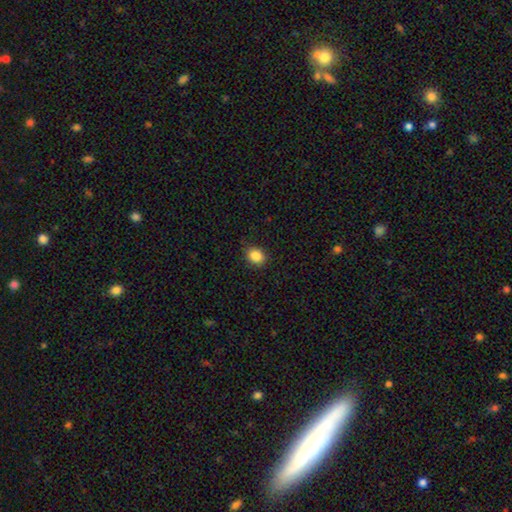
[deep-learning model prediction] smooth 86%, star or artifact 10%, featured or disk 4%. Down the decision tree: how rounded — round (56%); merging — none (83%).